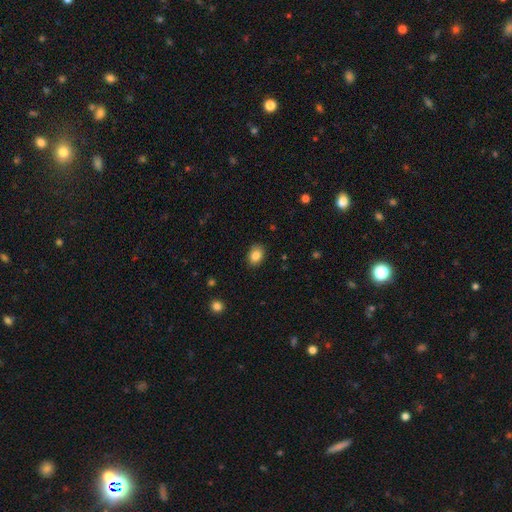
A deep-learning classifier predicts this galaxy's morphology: Smooth or featured: smooth — 85% (star or artifact — 9%)
How rounded: in between — 71% (round — 27%)
Merging: none — 86% (minor disturbance — 11%)